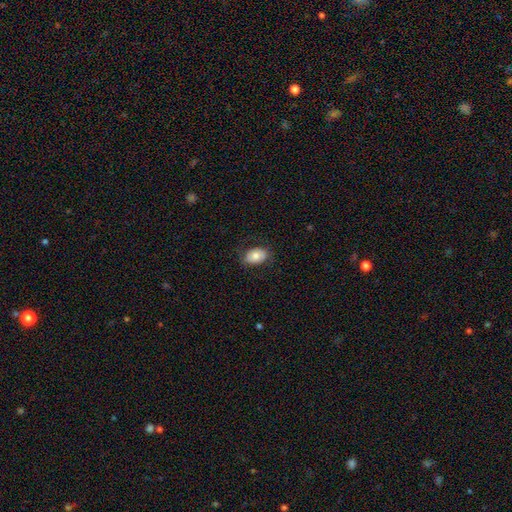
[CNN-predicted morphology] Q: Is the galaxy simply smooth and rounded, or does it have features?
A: smooth — 76%.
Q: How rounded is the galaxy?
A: in between — 81%.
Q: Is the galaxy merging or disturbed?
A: none — 79%.